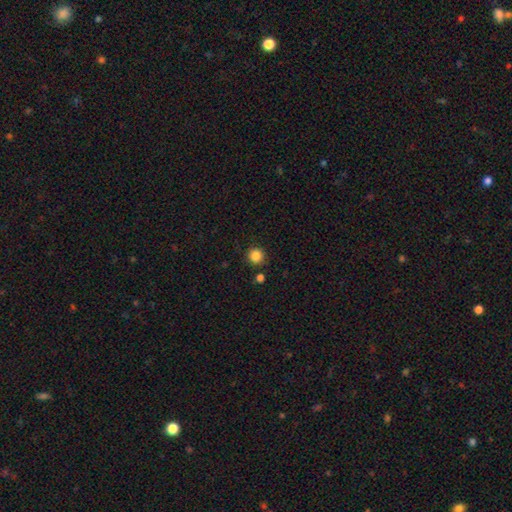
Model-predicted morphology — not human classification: This is clearly a smooth galaxy (85%). How rounded: clearly round (95%). Merging: clearly none (88%).